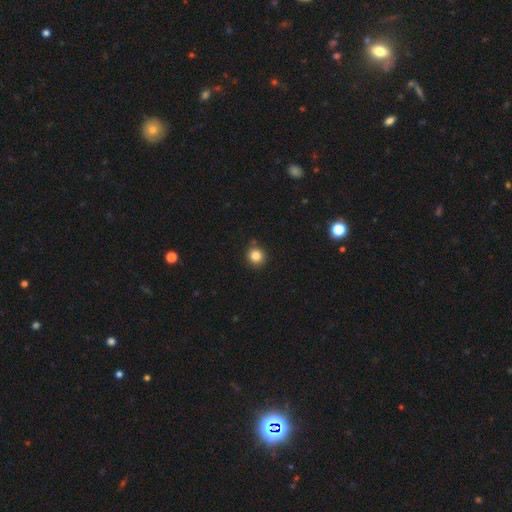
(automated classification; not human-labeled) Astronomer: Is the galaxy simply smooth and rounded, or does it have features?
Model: smooth — 84%.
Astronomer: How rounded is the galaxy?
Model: round — 92%.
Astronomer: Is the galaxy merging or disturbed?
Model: none — 86%.